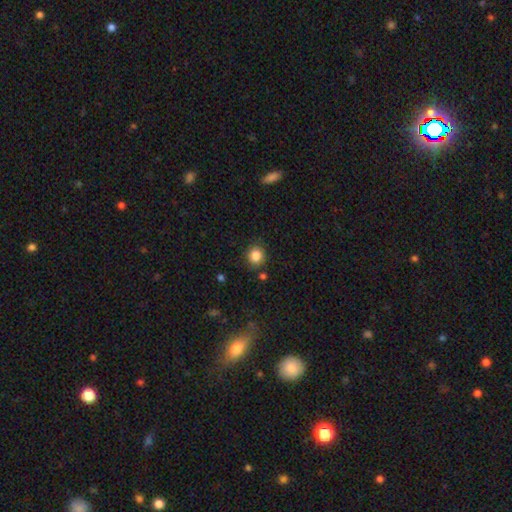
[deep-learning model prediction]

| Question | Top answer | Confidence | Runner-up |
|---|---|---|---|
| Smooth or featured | smooth | 85% | star or artifact (11%) |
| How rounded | round | 85% | in between (14%) |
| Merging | none | 85% | minor disturbance (9%) |